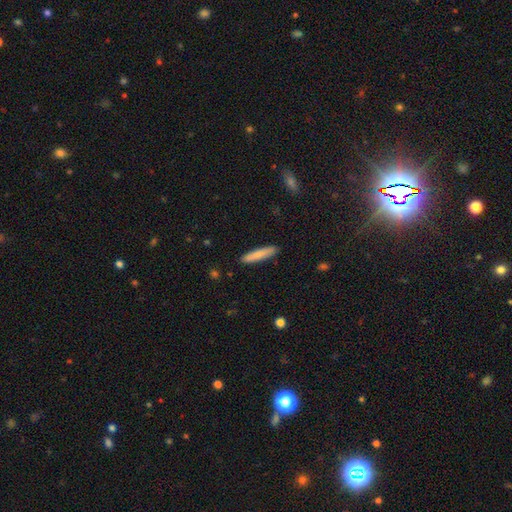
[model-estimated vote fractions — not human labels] Smooth or featured: smooth — 82% (featured or disk — 13%)
How rounded: cigar-shaped — 89% (in between — 10%)
Merging: none — 90% (minor disturbance — 7%)